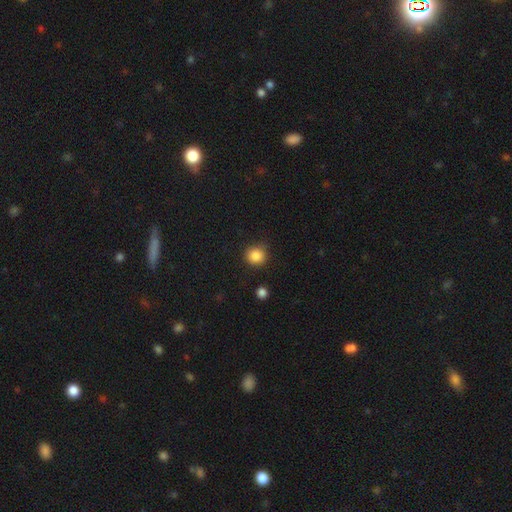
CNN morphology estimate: Smooth or featured? Predicted: smooth (p=0.86). How rounded? Predicted: round (p=0.92). Merging? Predicted: none (p=0.85).